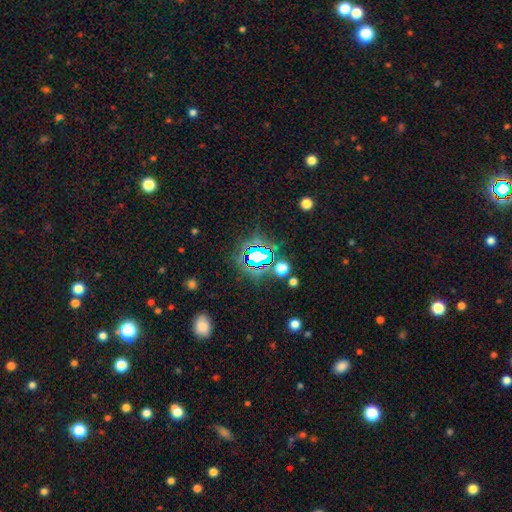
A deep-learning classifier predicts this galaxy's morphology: Smooth or featured? star or artifact (72%)